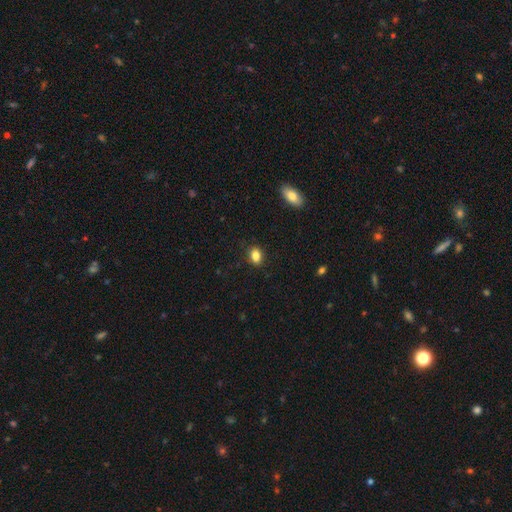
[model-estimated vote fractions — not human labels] Smooth or featured?
  - smooth: 85% *
  - star or artifact: 10%
  - featured or disk: 5%
How rounded?
  - in between: 76% *
  - round: 22%
  - cigar-shaped: 2%
Merging?
  - none: 85% *
  - minor disturbance: 11%
  - major disturbance: 2%
  - merger: 1%